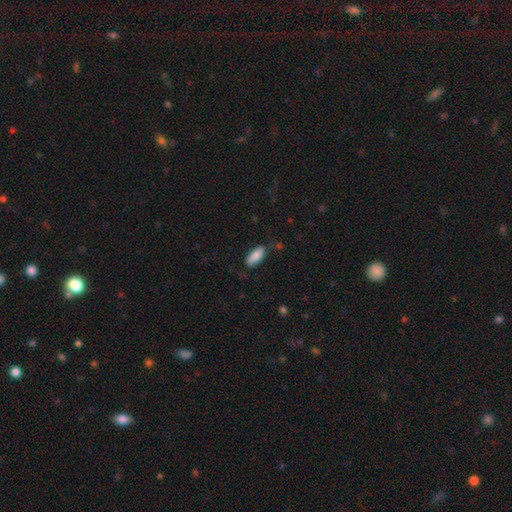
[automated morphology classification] Q: Smooth or featured?
A: smooth (86%); runner-up: featured or disk (7%)
Q: How rounded?
A: in between (82%); runner-up: cigar-shaped (17%)
Q: Merging?
A: none (73%); runner-up: minor disturbance (21%)